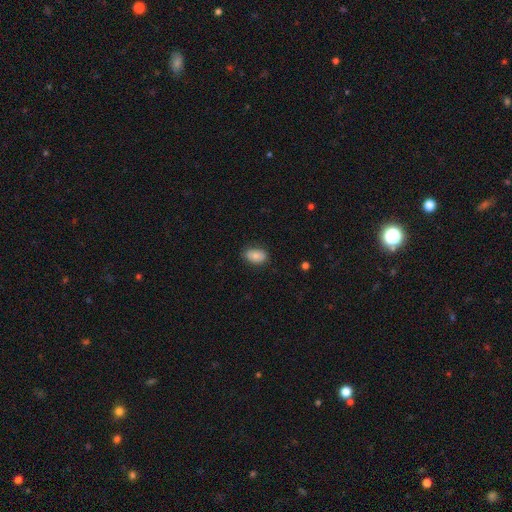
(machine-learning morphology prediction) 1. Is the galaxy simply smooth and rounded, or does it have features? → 79% smooth, 13% featured or disk, 8% star or artifact.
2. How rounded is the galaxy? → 87% in between, 12% round, 1% cigar-shaped.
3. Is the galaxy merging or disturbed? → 79% none, 17% minor disturbance, 3% major disturbance, 1% merger.